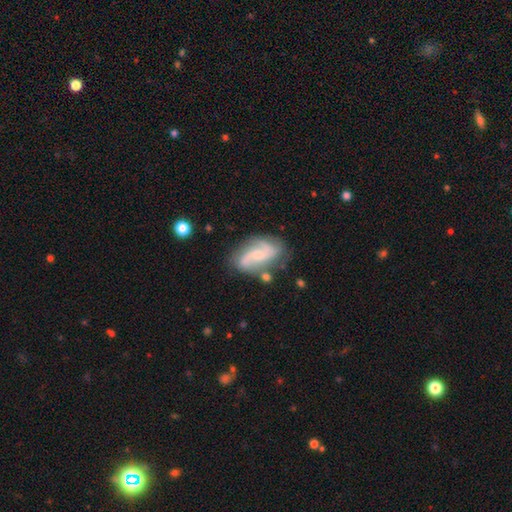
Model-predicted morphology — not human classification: Smooth or featured? Predicted: featured or disk (p=0.76). Edge-on disk? Predicted: no (p=0.96). Bar? Predicted: no (p=0.53). Spiral arms? Predicted: yes (p=0.94). Spiral winding? Predicted: loose (p=0.43). Spiral arm count? Predicted: 2 (p=0.74). Bulge size? Predicted: small (p=0.64). Merging? Predicted: none (p=0.66).